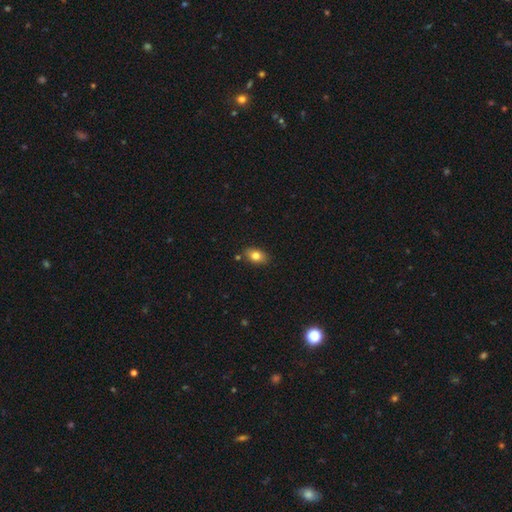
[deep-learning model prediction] smooth 79%, featured or disk 11%, star or artifact 9%. Down the decision tree: how rounded — in between (83%); merging — none (82%).